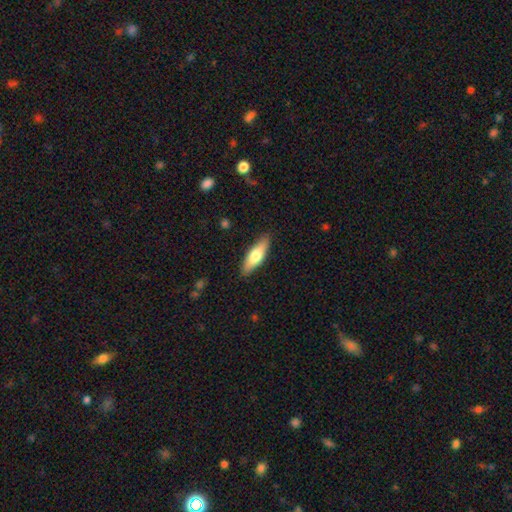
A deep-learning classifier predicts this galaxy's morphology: smooth_or_featured: smooth (p=0.65) [alt: featured or disk p=0.30]
how_rounded: in between (p=0.50) [alt: cigar-shaped p=0.48]
merging: none (p=0.88) [alt: minor disturbance p=0.09]